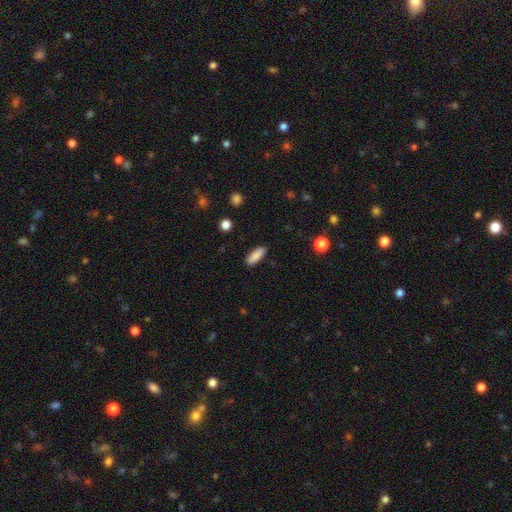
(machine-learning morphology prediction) Smooth or featured?
  - smooth: 87% *
  - star or artifact: 7%
  - featured or disk: 7%
How rounded?
  - in between: 66% *
  - cigar-shaped: 32%
  - round: 2%
Merging?
  - none: 89% *
  - minor disturbance: 8%
  - major disturbance: 2%
  - merger: 1%